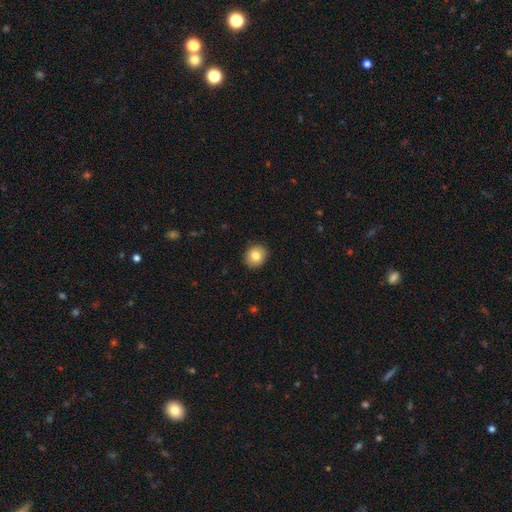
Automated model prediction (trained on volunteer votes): This is clearly a smooth galaxy (82%). How rounded: likely round (78%). Merging: clearly none (91%).